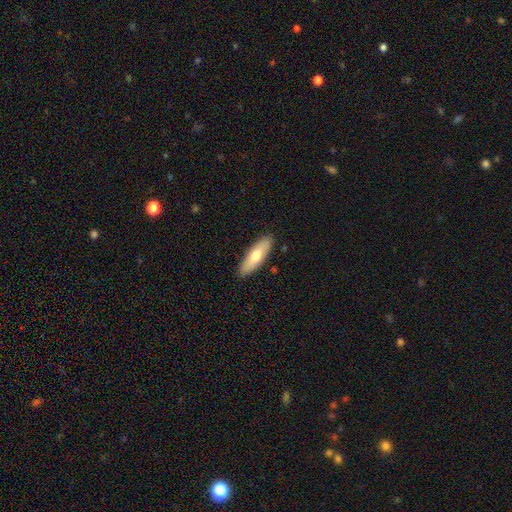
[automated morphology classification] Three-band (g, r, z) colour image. It shows a smooth galaxy with no disk features (67%) that is cigar-shaped (50%). Merging: none (89%).